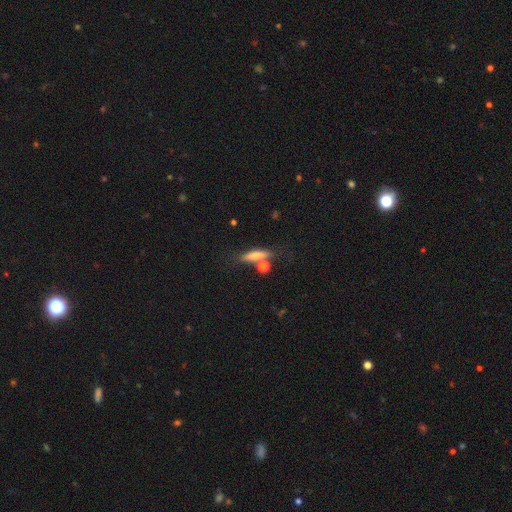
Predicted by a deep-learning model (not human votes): Smooth or featured?
  - smooth: 71% *
  - featured or disk: 20%
  - star or artifact: 9%
How rounded?
  - cigar-shaped: 67% *
  - in between: 25%
  - round: 8%
Merging?
  - none: 64% *
  - merger: 16%
  - minor disturbance: 14%
  - major disturbance: 6%